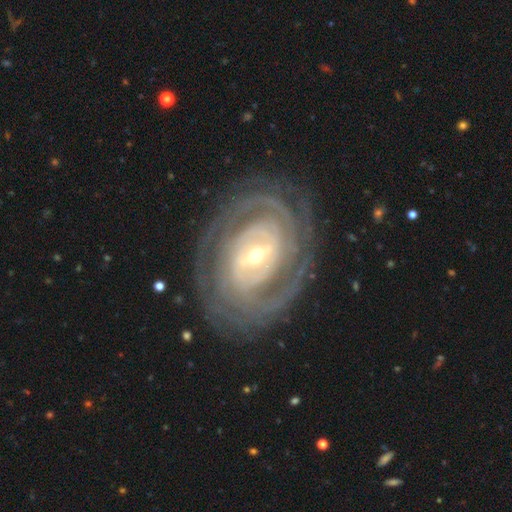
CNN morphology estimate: Q: Smooth or featured?
A: featured or disk (89%); runner-up: smooth (6%)
Q: Edge-on disk?
A: no (96%); runner-up: yes (4%)
Q: Bar?
A: strong (42%); runner-up: weak (38%)
Q: Spiral arms?
A: yes (95%); runner-up: no (5%)
Q: Spiral winding?
A: tight (79%); runner-up: medium (17%)
Q: Spiral arm count?
A: can't tell (29%); runner-up: 2 (24%)
Q: Bulge size?
A: small (56%); runner-up: moderate (39%)
Q: Merging?
A: none (81%); runner-up: minor disturbance (13%)